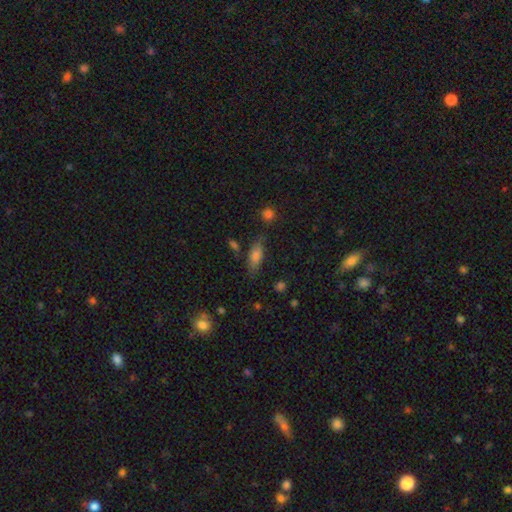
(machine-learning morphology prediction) This appears to be a smooth galaxy with no disk features (75%) that is in between round and cigar-shaped (75%). Merging: none (72%).